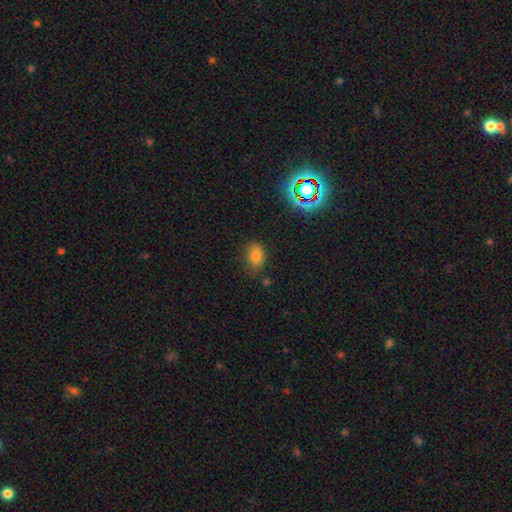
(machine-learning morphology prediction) type=smooth (77%); roundness=in between (78%); merging=none (68%).